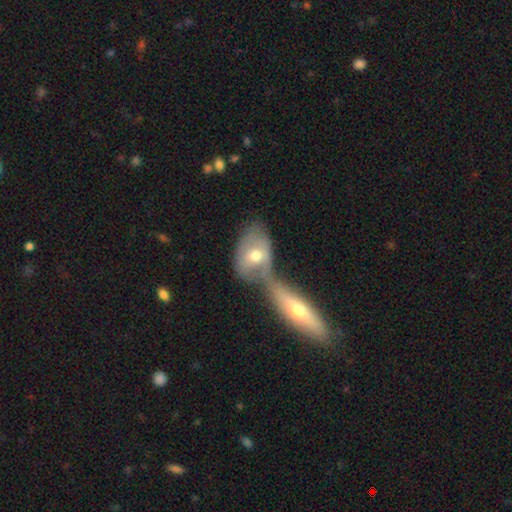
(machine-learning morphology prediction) A smooth galaxy with no disk features (55%) that is in between round and cigar-shaped (79%).

Vote fractions:
- Smooth or featured? smooth: 55% / featured or disk: 39% / star or artifact: 6%
- How rounded? in between: 79% / round: 12% / cigar-shaped: 9%
- Merging? merger: 60% / none: 24% / minor disturbance: 9% / major disturbance: 6%